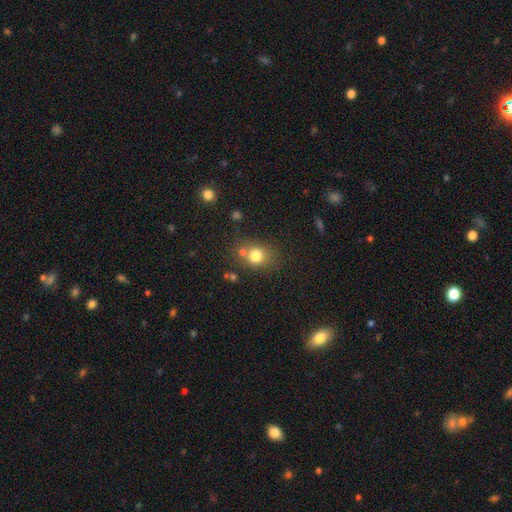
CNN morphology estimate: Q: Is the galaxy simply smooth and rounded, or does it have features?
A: smooth — 78%.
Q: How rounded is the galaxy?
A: round — 68%.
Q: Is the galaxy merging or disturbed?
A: none — 62%.